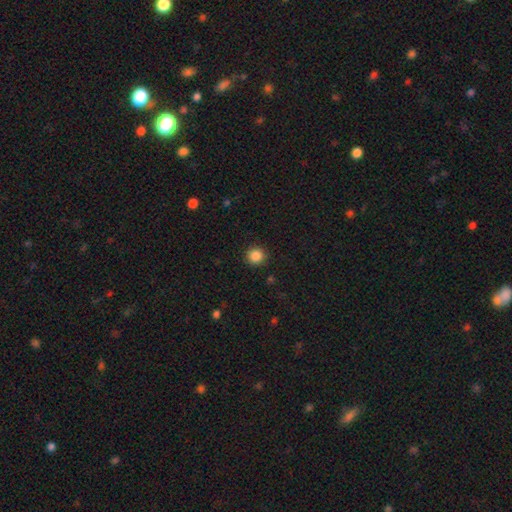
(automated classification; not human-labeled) smooth 87%, star or artifact 10%, featured or disk 3%. Down the decision tree: how rounded — round (93%); merging — none (91%).